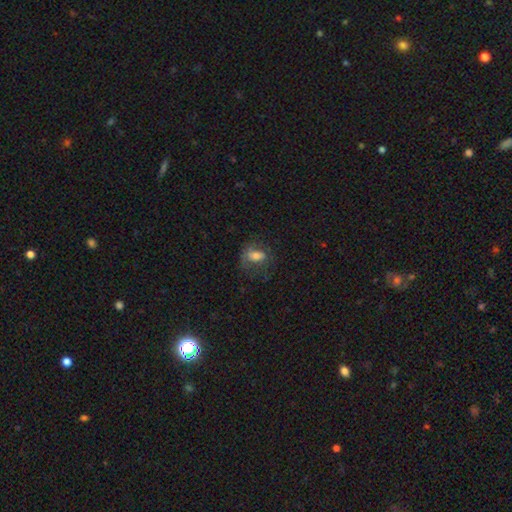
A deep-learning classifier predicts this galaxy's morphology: A smooth galaxy with no disk features (60%) that is in between round and cigar-shaped (72%).

Vote fractions:
- Smooth or featured? smooth: 60% / featured or disk: 28% / star or artifact: 12%
- How rounded? in between: 72% / round: 25% / cigar-shaped: 3%
- Merging? none: 51% / major disturbance: 24% / minor disturbance: 23% / merger: 2%